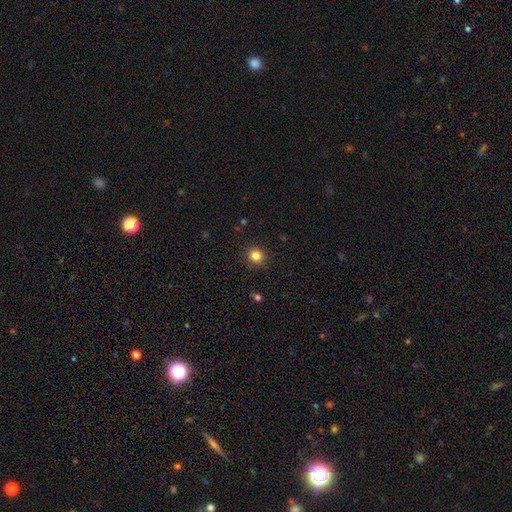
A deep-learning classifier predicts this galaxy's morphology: Smooth or featured?
  - smooth: 84% *
  - star or artifact: 12%
  - featured or disk: 4%
How rounded?
  - round: 92% *
  - in between: 7%
  - cigar-shaped: 1%
Merging?
  - none: 91% *
  - minor disturbance: 6%
  - major disturbance: 2%
  - merger: 1%